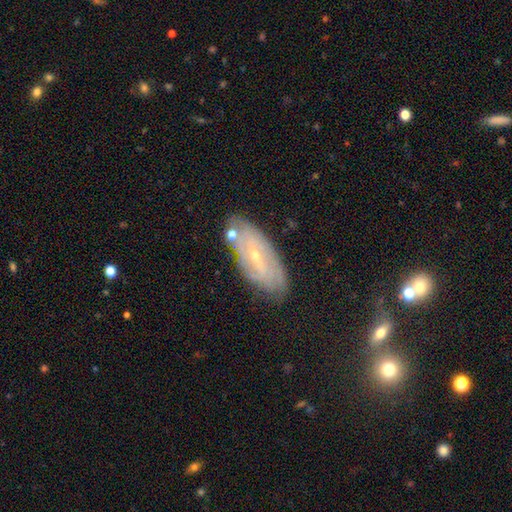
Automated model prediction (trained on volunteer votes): A featured or disk galaxy (71%) with a weak bar (45%), spiral arms (74%) and a small central bulge (78%).

Vote fractions:
- Smooth or featured? featured or disk: 71% / smooth: 20% / star or artifact: 8%
- Edge-on disk? no: 85% / yes: 15%
- Bar? weak: 45% / no: 29% / strong: 26%
- Spiral arms? yes: 74% / no: 26%
- Bulge size? small: 78% / moderate: 19% / none: 2% / large: 1% / dominant: 1%
- Merging? none: 74% / minor disturbance: 17% / major disturbance: 4% / merger: 4%